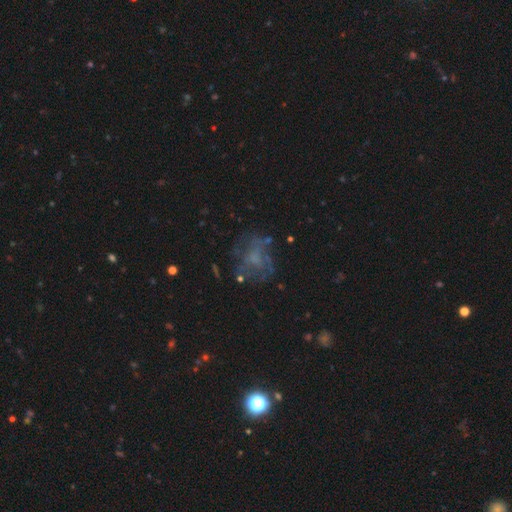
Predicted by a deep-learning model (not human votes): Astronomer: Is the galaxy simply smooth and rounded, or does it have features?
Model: featured or disk — 54%.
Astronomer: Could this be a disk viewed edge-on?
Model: no — 97%.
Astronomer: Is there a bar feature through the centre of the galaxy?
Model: no — 79%.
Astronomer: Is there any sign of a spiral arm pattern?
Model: no — 62% (runner-up: yes, 38%).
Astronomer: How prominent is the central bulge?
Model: none — 47% (runner-up: small, 25%).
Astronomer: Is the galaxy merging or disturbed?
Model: none — 55%.